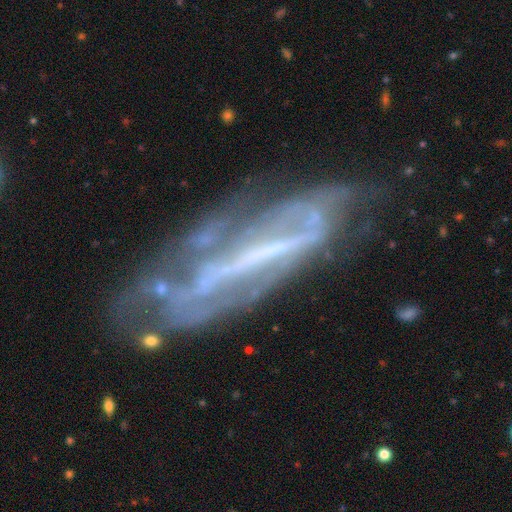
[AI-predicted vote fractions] A featured or disk galaxy (79%) with a strong bar (65%), spiral arms (64%) and no central bulge (41%). Merging: none (53%).